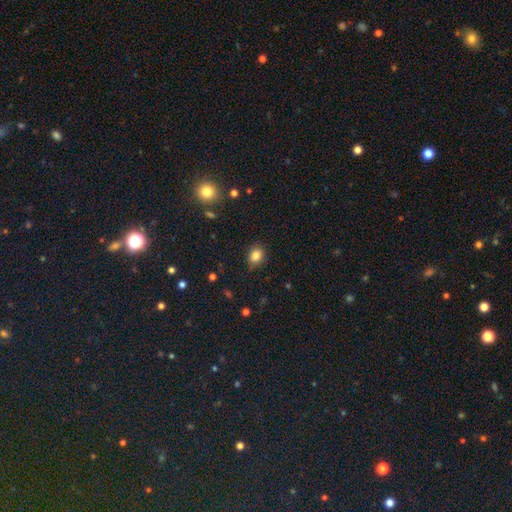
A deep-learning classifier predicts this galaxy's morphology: A smooth galaxy with no disk features (83%) that is round (55%). Merging: none (83%).